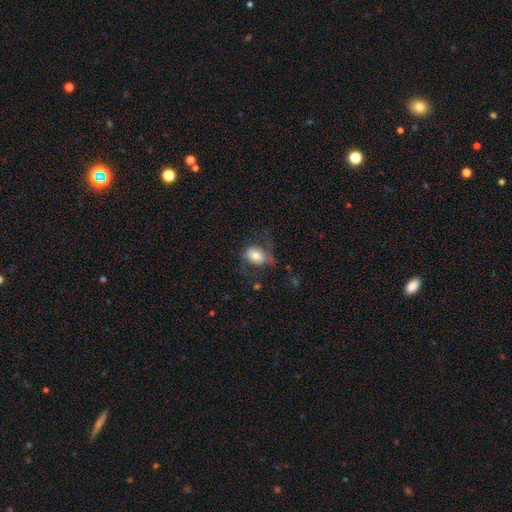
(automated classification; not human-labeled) Overall: smooth (64%; featured or disk 28%). How rounded: in between (76%). Merging: none (48%; major disturbance 25%).